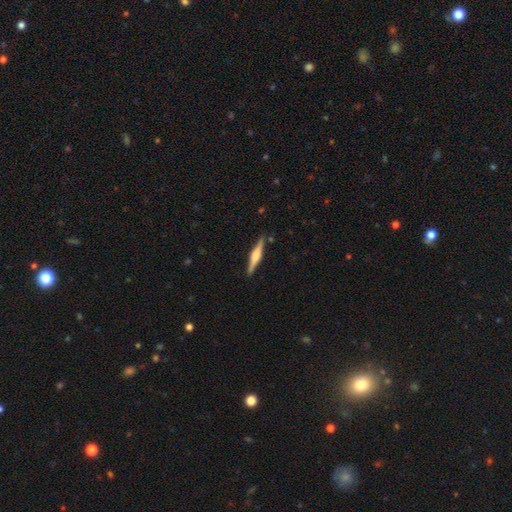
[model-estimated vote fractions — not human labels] Smooth or featured?
  - featured or disk: 66% *
  - smooth: 29%
  - star or artifact: 5%
Edge-on disk?
  - yes: 98% *
  - no: 2%
Edge-on bulge?
  - rounded: 78% *
  - boxy: 17%
  - none: 5%
Merging?
  - none: 90% *
  - minor disturbance: 7%
  - major disturbance: 1%
  - merger: 1%